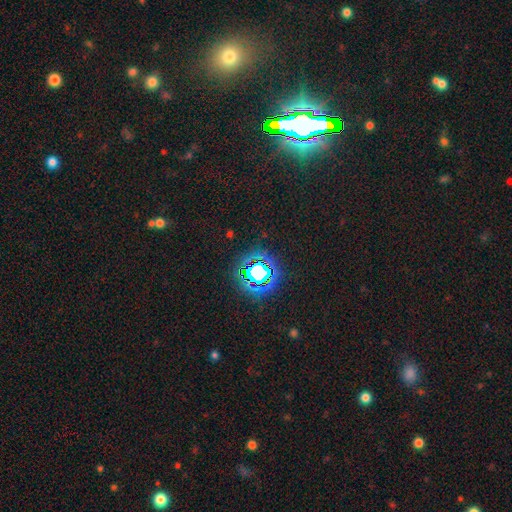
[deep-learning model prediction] Smooth or featured? star or artifact (84%)